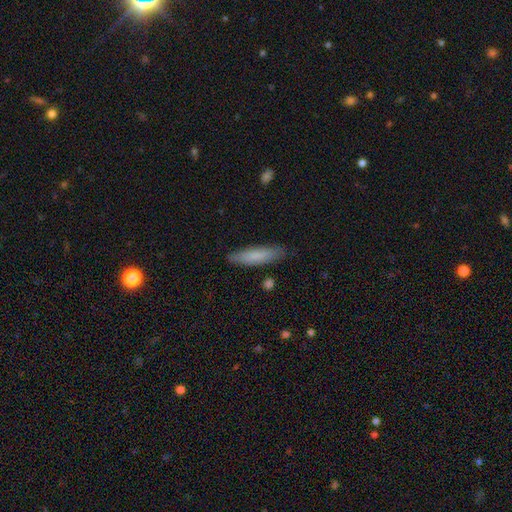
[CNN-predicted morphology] This appears to be a smooth galaxy with no disk features (78%) that is cigar-shaped (77%). Merging: none (84%).